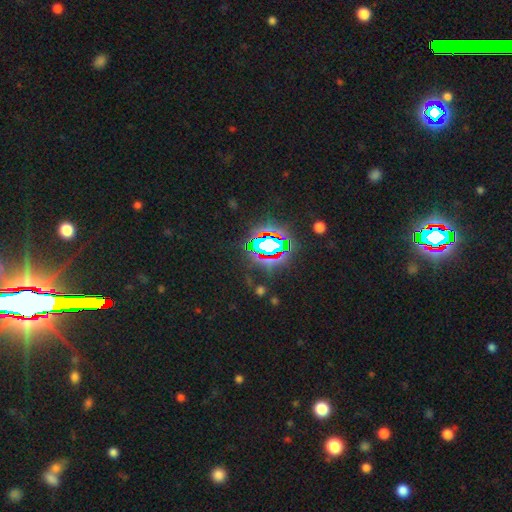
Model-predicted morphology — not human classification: Smooth or featured? star or artifact (83%)